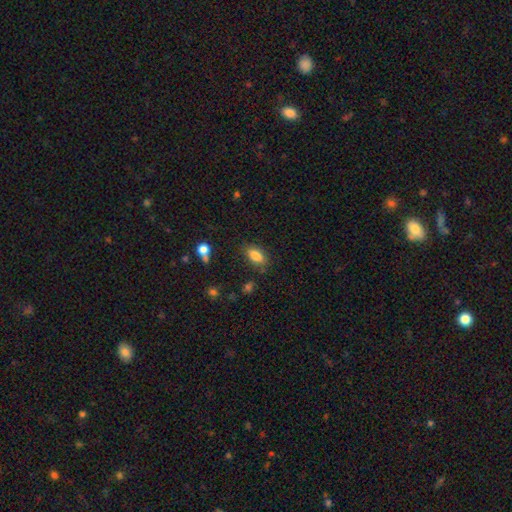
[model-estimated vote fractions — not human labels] The model was most divided on "merging": none: 81%, minor disturbance: 13%, major disturbance: 4%, merger: 3%. More confident: how rounded — in between (88%); smooth or featured — smooth (84%).